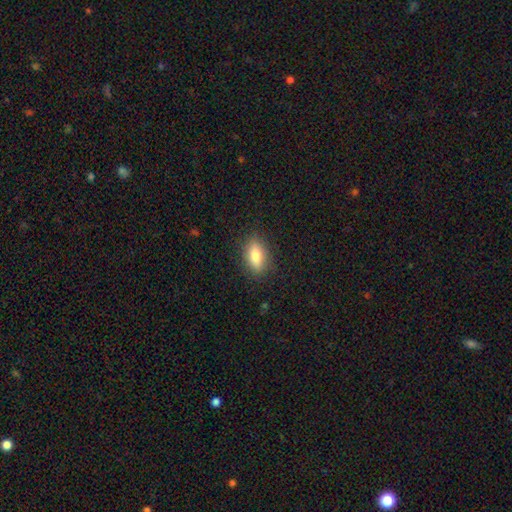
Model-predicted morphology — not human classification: type=smooth (77%); roundness=in between (80%); merging=none (85%).